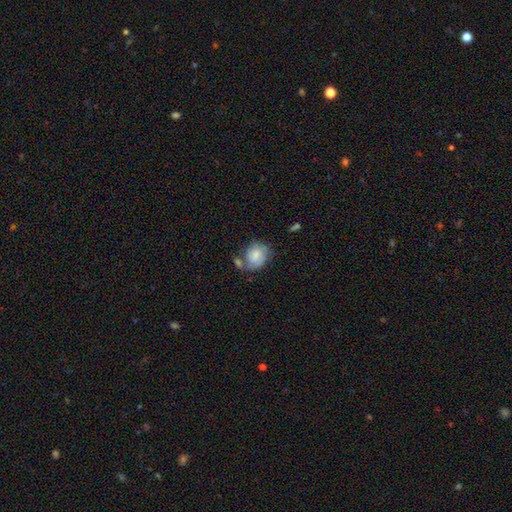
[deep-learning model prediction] Morphology: type=smooth (61%); roundness=round (59%); merging=none (41%).